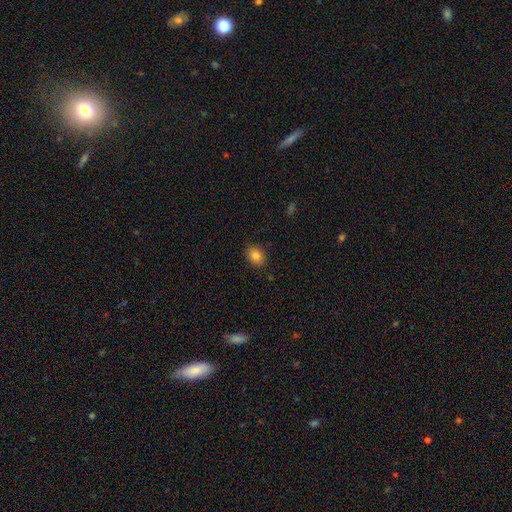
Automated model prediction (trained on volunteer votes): This appears to be a smooth galaxy with no disk features (83%) that is in between round and cigar-shaped (61%). Merging: none (86%).